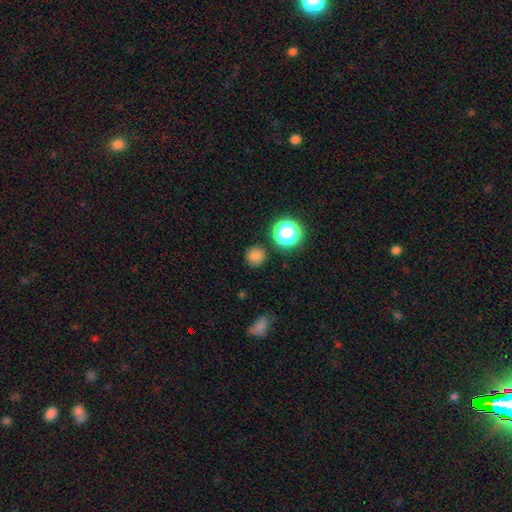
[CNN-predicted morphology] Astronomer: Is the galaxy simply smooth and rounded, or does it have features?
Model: smooth — 78%.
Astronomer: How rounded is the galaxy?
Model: round — 92%.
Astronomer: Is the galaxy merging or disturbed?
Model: none — 86%.